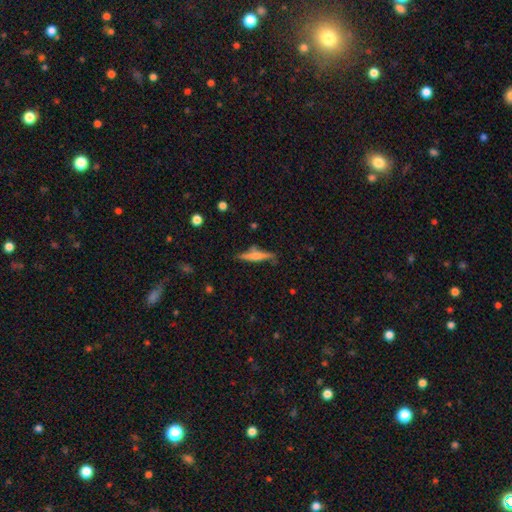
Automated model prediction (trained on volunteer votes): Q: Smooth or featured?
A: featured or disk (52%); runner-up: smooth (41%)
Q: Edge-on disk?
A: yes (95%); runner-up: no (5%)
Q: Merging?
A: none (76%); runner-up: minor disturbance (16%)